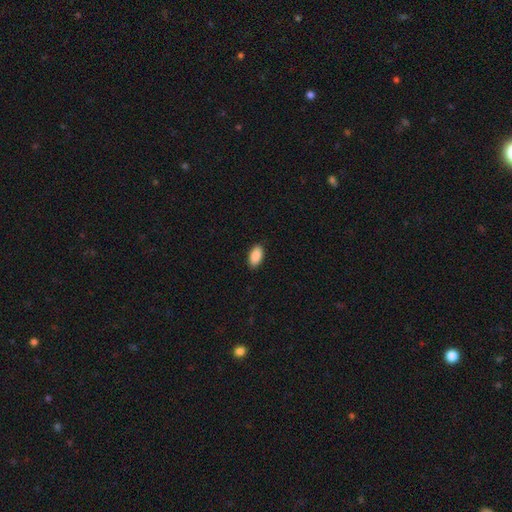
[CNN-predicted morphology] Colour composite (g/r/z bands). It shows a smooth galaxy with no disk features (90%) that is in between round and cigar-shaped (94%). Merging: none (89%).